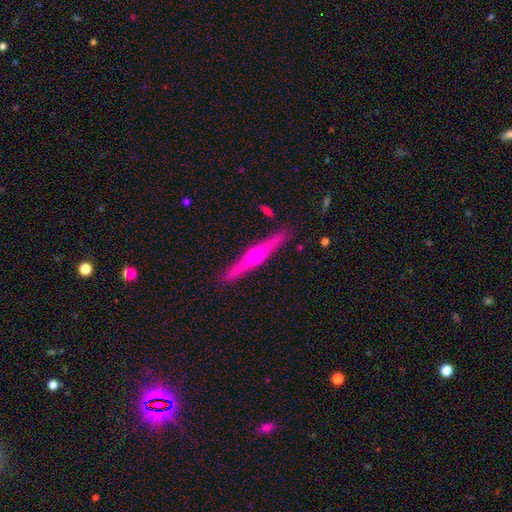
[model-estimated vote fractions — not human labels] This is likely a featured or disk galaxy (74%). It is clearly viewed edge-on (98%). Edge-on bulge: clearly rounded (93%). Merging: clearly none (90%).